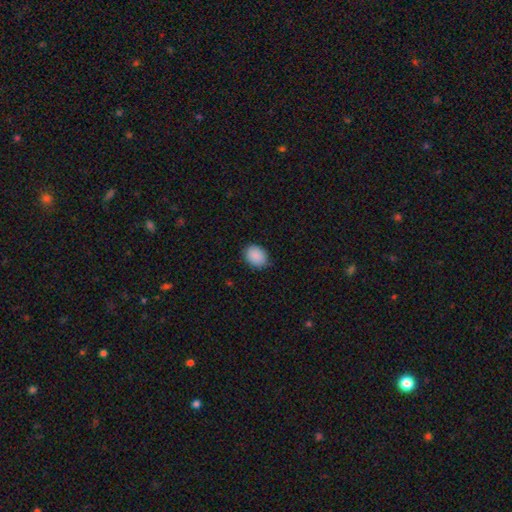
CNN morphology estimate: type=smooth (90%); roundness=in between (53%); merging=none (81%).